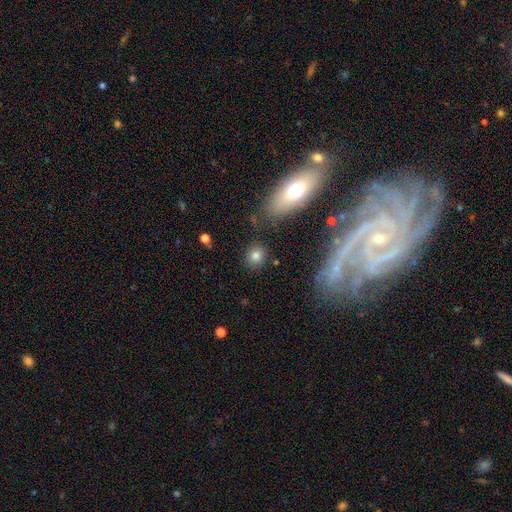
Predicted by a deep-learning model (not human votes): This appears to be a smooth galaxy with no disk features (80%) that is round (76%). Merging: none (84%).